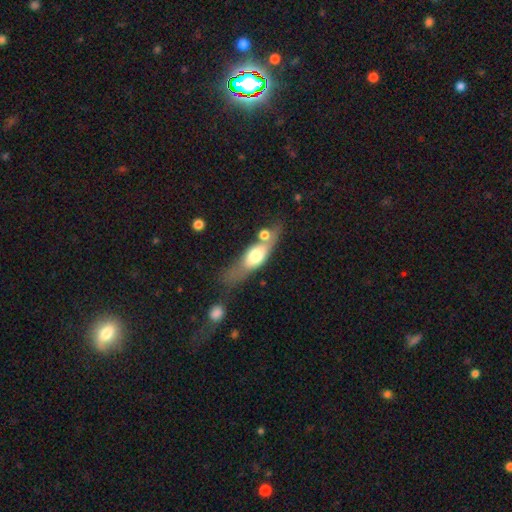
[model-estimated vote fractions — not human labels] Smooth or featured: smooth — 49% (featured or disk — 44%)
Merging: none — 49% (merger — 24%)